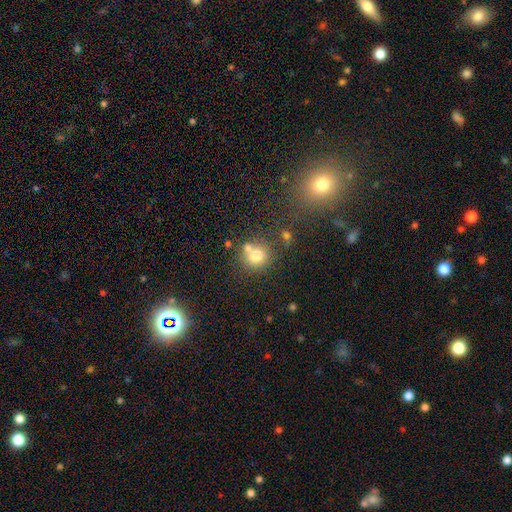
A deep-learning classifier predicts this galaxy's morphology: Smooth or featured?
  - smooth: 73% *
  - featured or disk: 14%
  - star or artifact: 13%
How rounded?
  - round: 87% *
  - in between: 12%
  - cigar-shaped: 1%
Merging?
  - none: 56% *
  - merger: 28%
  - minor disturbance: 11%
  - major disturbance: 4%